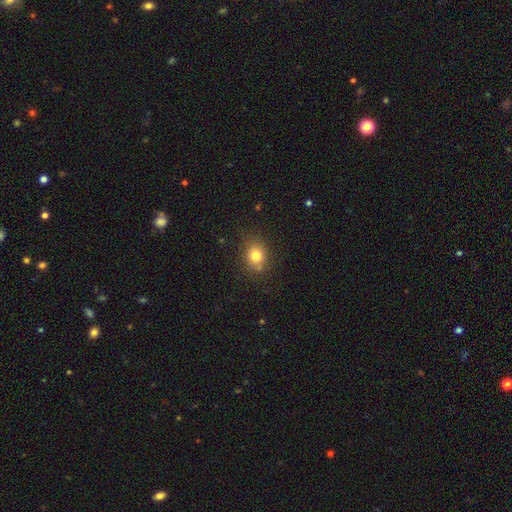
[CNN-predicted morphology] This appears to be a smooth galaxy with no disk features (78%) that is round (65%). Merging: none (77%).